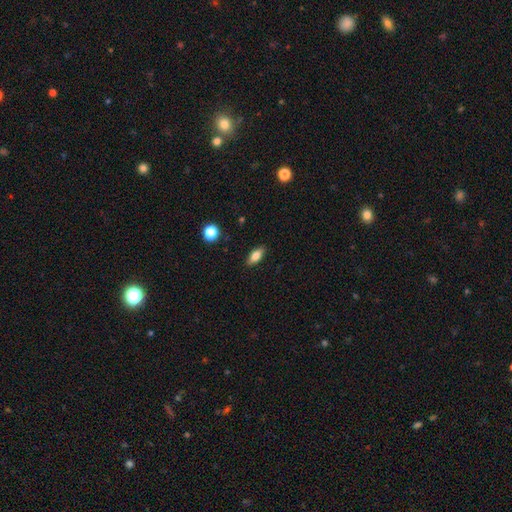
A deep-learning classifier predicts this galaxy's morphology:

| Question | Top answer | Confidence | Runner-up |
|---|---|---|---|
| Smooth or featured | smooth | 79% | featured or disk (13%) |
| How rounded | in between | 80% | cigar-shaped (16%) |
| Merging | none | 87% | minor disturbance (10%) |